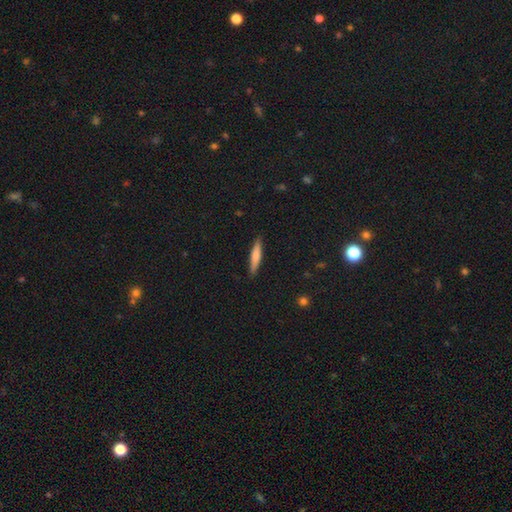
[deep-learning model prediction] The model was most divided on "smooth or featured": smooth: 68%, featured or disk: 26%, star or artifact: 6%. More confident: merging — none (89%); how rounded — cigar-shaped (89%).